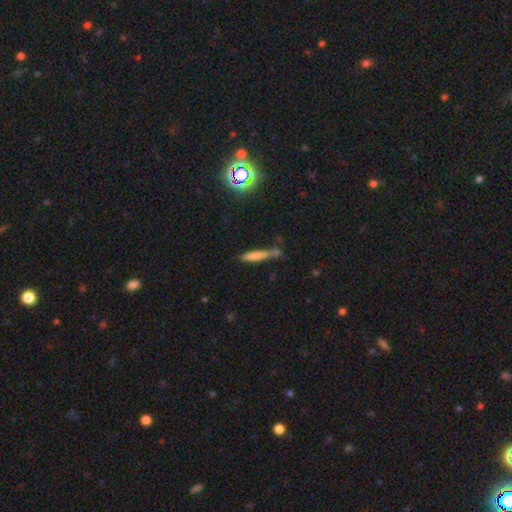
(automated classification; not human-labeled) smooth-or-featured: smooth: 71% | featured or disk: 18% | star or artifact: 11%
  how-rounded: cigar-shaped: 87% | in between: 11% | round: 2%
  merging: none: 56% | minor disturbance: 21% | merger: 17% | major disturbance: 7%